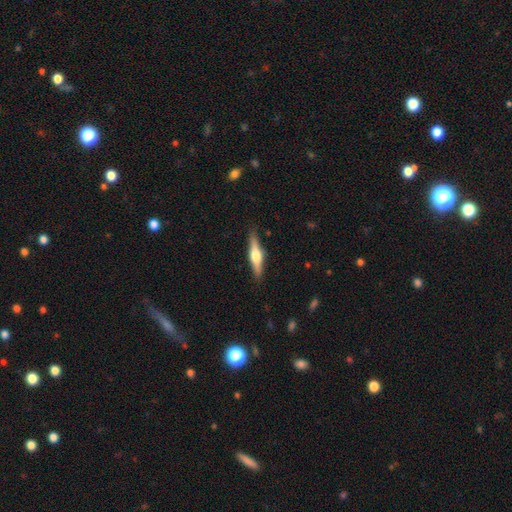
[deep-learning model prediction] Morphology: type=featured or disk (62%); edge-on=yes (97%); edge-on bulge=rounded (91%); merging=none (88%).